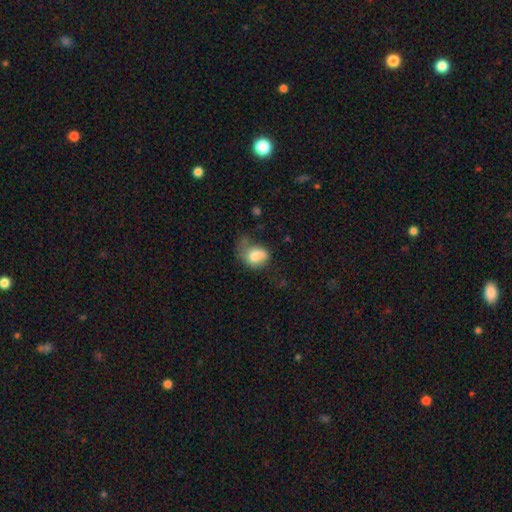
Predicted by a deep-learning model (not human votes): smooth 76%, featured or disk 15%, star or artifact 8%. Down the decision tree: how rounded — in between (75%); merging — major disturbance (41%).